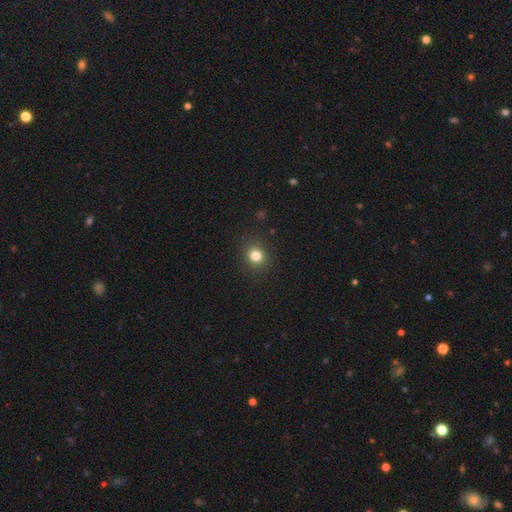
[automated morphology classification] Q: Smooth or featured?
A: smooth (80%); runner-up: star or artifact (14%)
Q: How rounded?
A: round (79%); runner-up: in between (20%)
Q: Merging?
A: none (89%); runner-up: minor disturbance (7%)